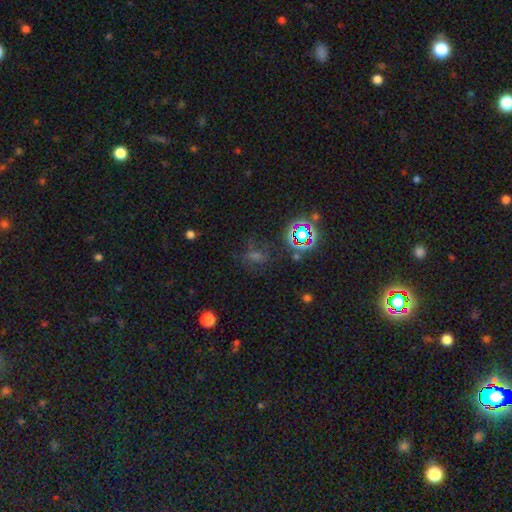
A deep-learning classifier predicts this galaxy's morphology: Overall: star or artifact (50%; smooth 35%).